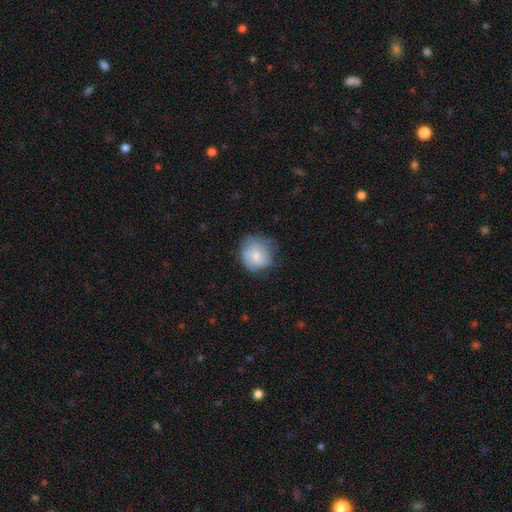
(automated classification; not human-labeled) This appears to be a smooth galaxy with no disk features (69%) that is round (82%). Merging: none (61%).